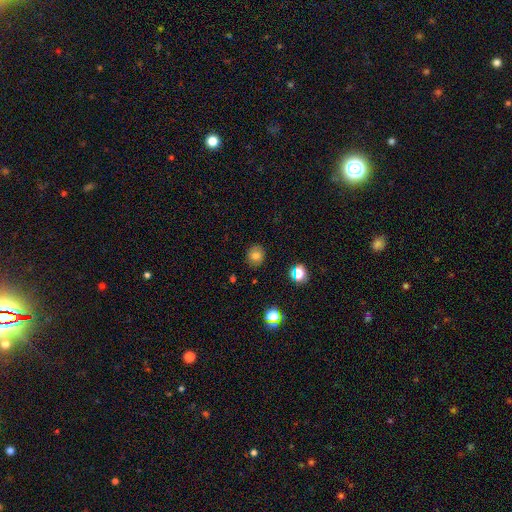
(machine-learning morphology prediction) A smooth galaxy with no disk features (75%) that is round (82%).

Vote fractions:
- Smooth or featured? smooth: 75% / star or artifact: 15% / featured or disk: 10%
- How rounded? round: 82% / in between: 18% / cigar-shaped: 1%
- Merging? none: 88% / minor disturbance: 8% / major disturbance: 2% / merger: 1%